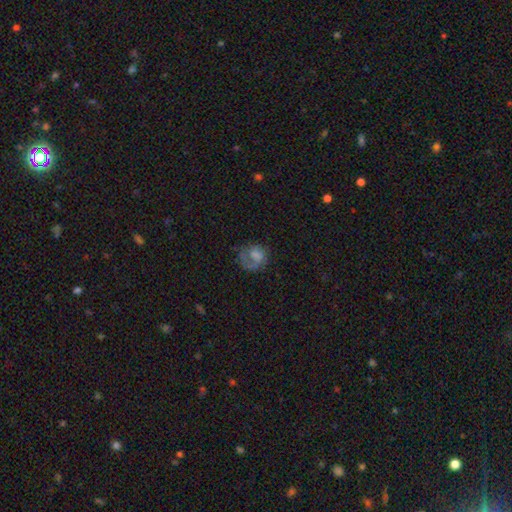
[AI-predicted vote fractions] Smooth or featured?
  - featured or disk: 51% *
  - smooth: 39%
  - star or artifact: 10%
Edge-on disk?
  - no: 98% *
  - yes: 2%
Merging?
  - none: 43% *
  - major disturbance: 35%
  - minor disturbance: 20%
  - merger: 3%